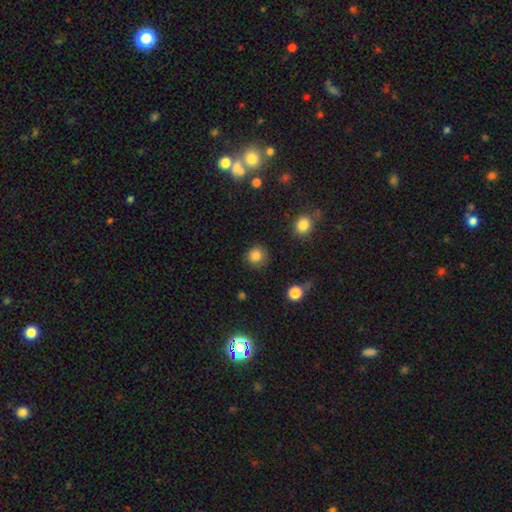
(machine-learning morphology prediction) Q: Smooth or featured?
A: smooth (85%); runner-up: star or artifact (11%)
Q: How rounded?
A: round (92%); runner-up: in between (7%)
Q: Merging?
A: none (87%); runner-up: minor disturbance (9%)